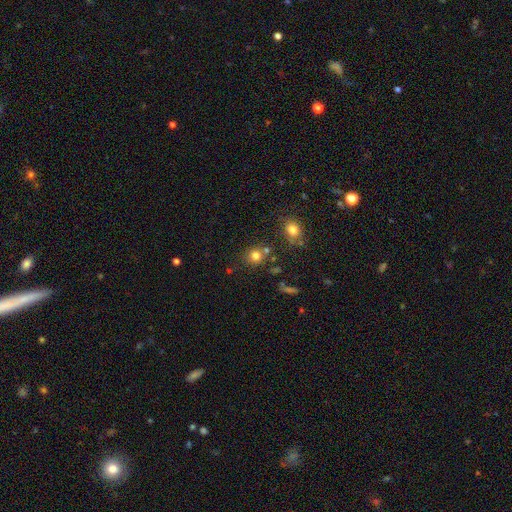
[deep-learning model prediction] Smooth or featured? smooth (78%)
How rounded? round (84%)
Merging? none (73%)